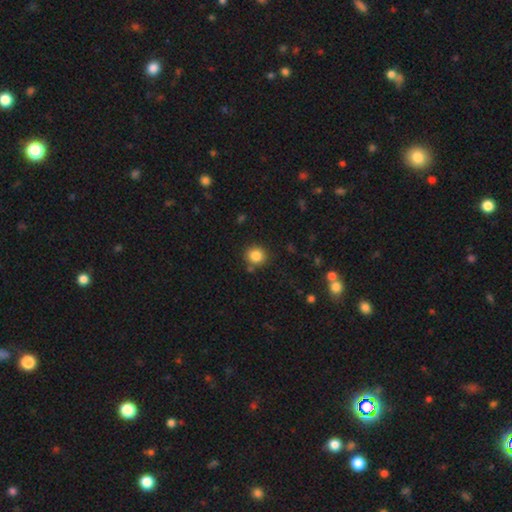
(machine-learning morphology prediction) The model was most divided on "smooth or featured": smooth: 85%, star or artifact: 11%, featured or disk: 5%. More confident: how rounded — round (88%); merging — none (84%).